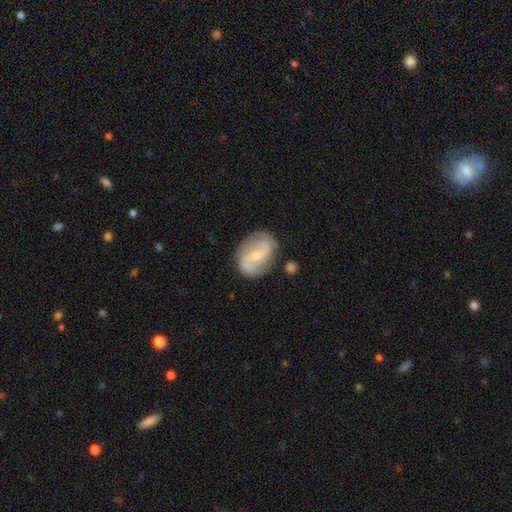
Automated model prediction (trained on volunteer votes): The model was most divided on "bar": weak: 43%, no: 39%, strong: 18%. Remaining: edge-on disk — no (97%); spiral arms — yes (94%); spiral arm count — 2 (89%); smooth or featured — featured or disk (82%); merging — none (78%); bulge size — small (58%); spiral winding — medium (47%).